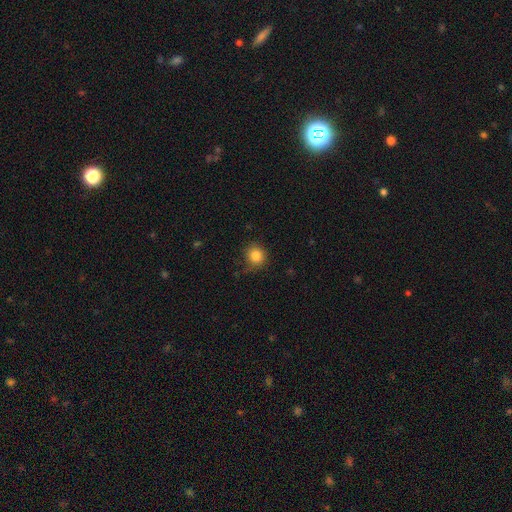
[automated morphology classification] This is clearly a smooth galaxy (84%). How rounded: clearly round (89%). Merging: likely none (78%).